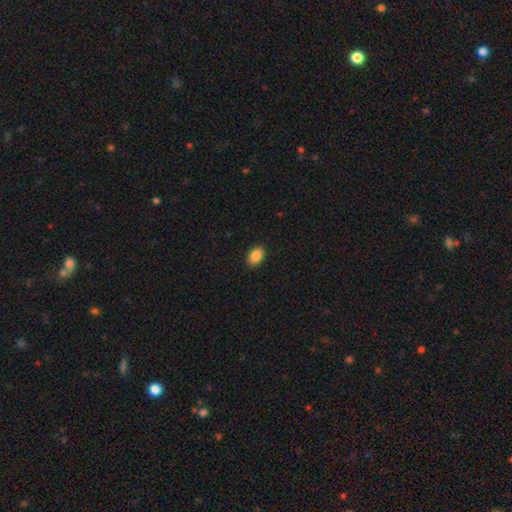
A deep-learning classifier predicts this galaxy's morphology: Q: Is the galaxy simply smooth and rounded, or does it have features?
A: smooth — 88%.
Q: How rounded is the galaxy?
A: in between — 84%.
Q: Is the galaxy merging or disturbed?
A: none — 90%.